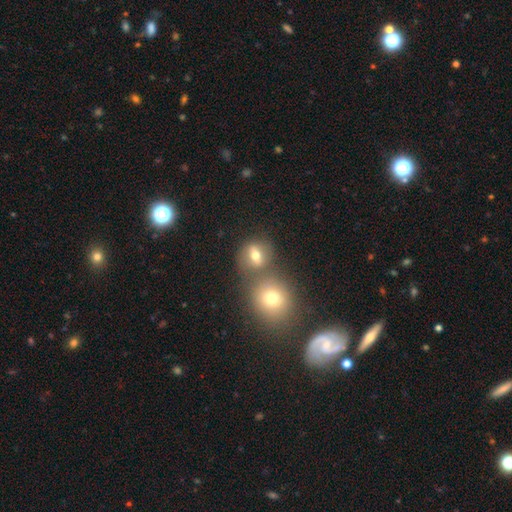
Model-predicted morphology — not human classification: Smooth or featured: smooth — 65% (featured or disk — 18%)
How rounded: round — 65% (in between — 34%)
Merging: none — 52% (merger — 34%)